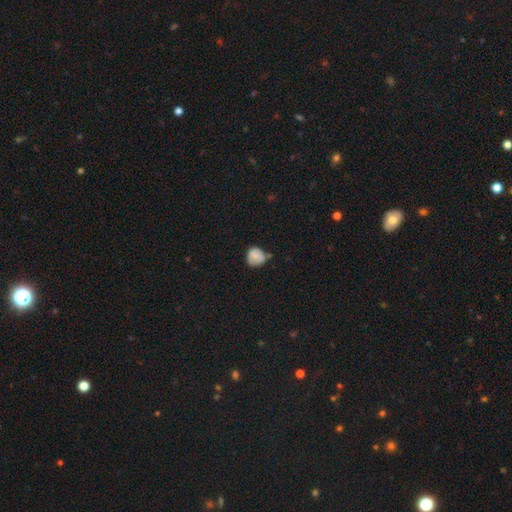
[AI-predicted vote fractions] Q: Smooth or featured?
A: smooth (78%); runner-up: featured or disk (13%)
Q: How rounded?
A: round (76%); runner-up: in between (23%)
Q: Merging?
A: none (50%); runner-up: minor disturbance (33%)